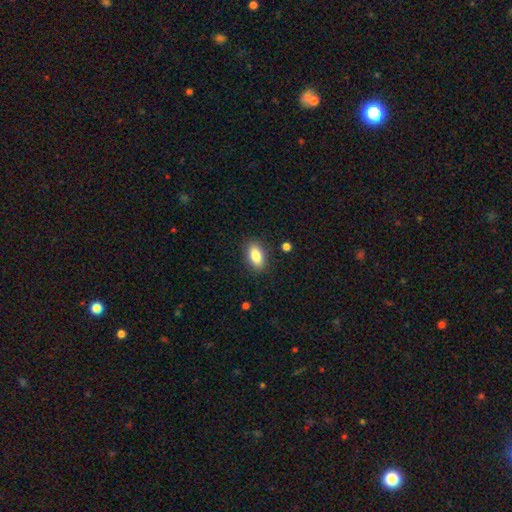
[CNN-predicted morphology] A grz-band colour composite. It shows a smooth galaxy with no disk features (83%) that is in between round and cigar-shaped (89%). Merging: none (87%).